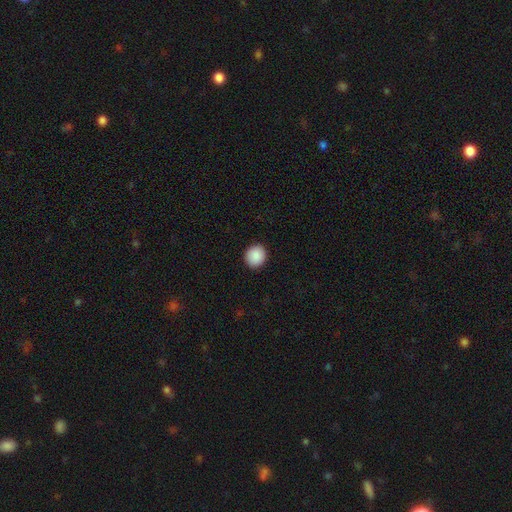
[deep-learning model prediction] The model was most divided on "how rounded": round: 84%, in between: 15%, cigar-shaped: 1%. More confident: merging — none (92%); smooth or featured — smooth (90%).